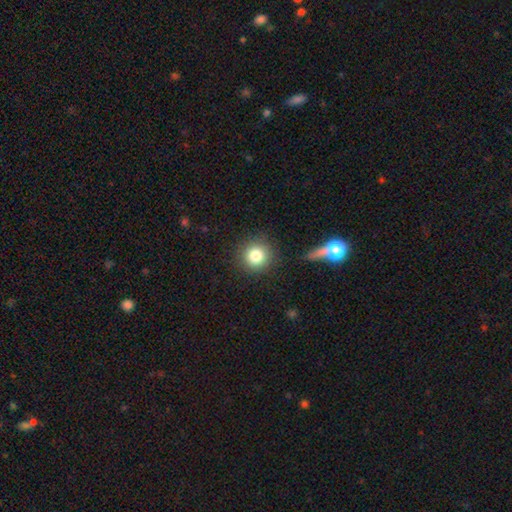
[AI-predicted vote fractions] This appears to be a smooth galaxy with no disk features (81%) that is round (94%). Merging: none (87%).